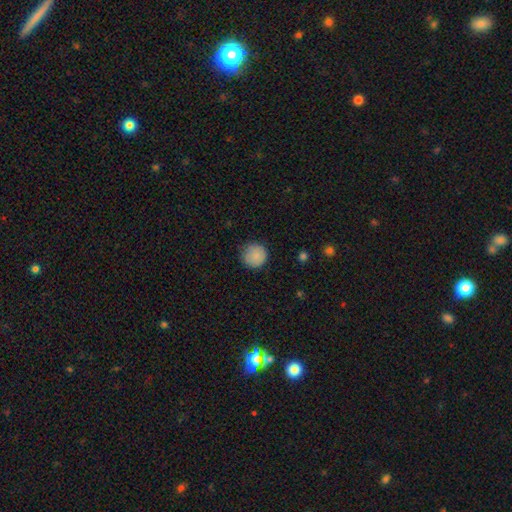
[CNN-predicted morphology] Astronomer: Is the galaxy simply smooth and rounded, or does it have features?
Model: smooth — 87%.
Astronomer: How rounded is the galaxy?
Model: round — 94%.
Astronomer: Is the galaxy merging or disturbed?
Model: none — 83%.